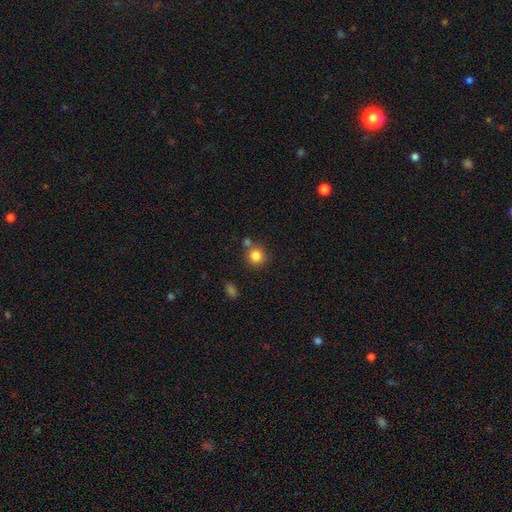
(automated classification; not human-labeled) A smooth galaxy with no disk features (84%) that is round (90%).

Vote fractions:
- Smooth or featured? smooth: 84% / star or artifact: 10% / featured or disk: 6%
- How rounded? round: 90% / in between: 9% / cigar-shaped: 1%
- Merging? none: 69% / merger: 18% / minor disturbance: 10% / major disturbance: 3%